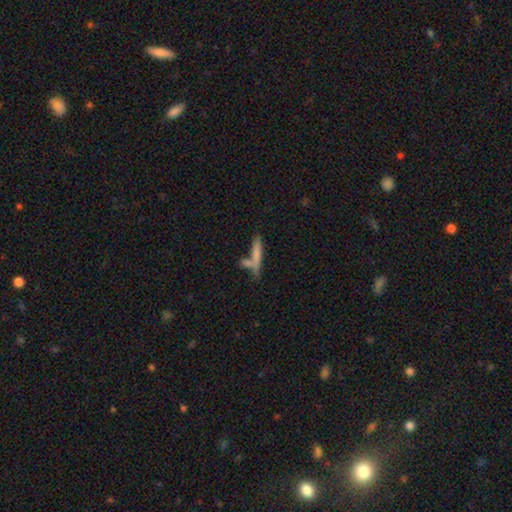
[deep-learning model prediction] Smooth or featured?
  - smooth: 63% *
  - featured or disk: 28%
  - star or artifact: 8%
How rounded?
  - cigar-shaped: 87% *
  - in between: 10%
  - round: 2%
Merging?
  - none: 55% *
  - merger: 29%
  - minor disturbance: 12%
  - major disturbance: 5%